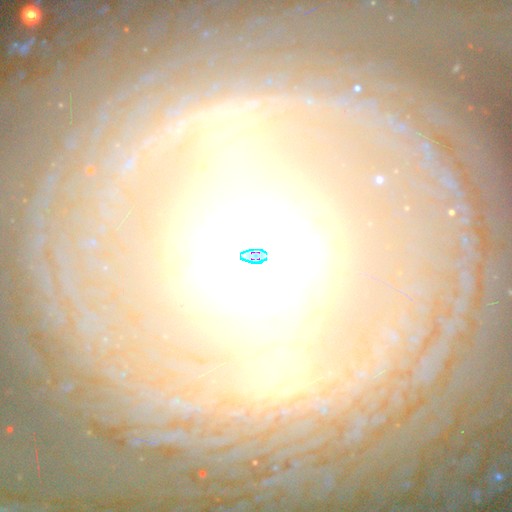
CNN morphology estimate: Smooth or featured?
  - star or artifact: 43% *
  - featured or disk: 42%
  - smooth: 15%